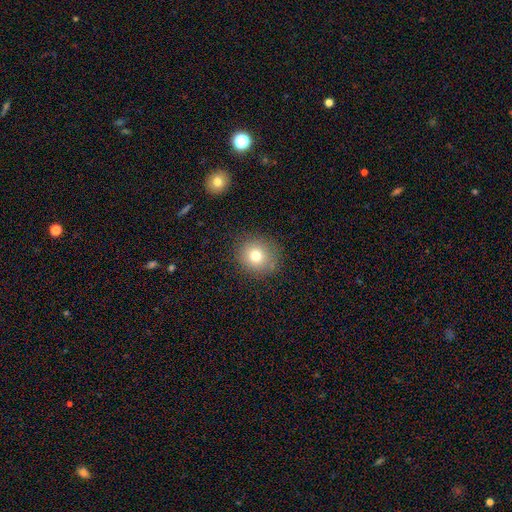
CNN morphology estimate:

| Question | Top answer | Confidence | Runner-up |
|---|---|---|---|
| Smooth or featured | smooth | 75% | star or artifact (13%) |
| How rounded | round | 86% | in between (13%) |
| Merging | none | 85% | minor disturbance (10%) |